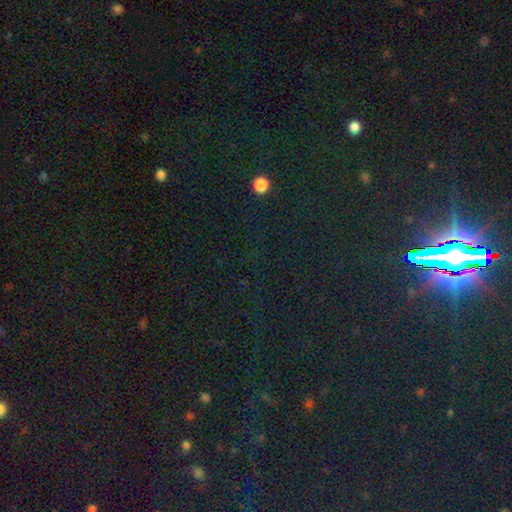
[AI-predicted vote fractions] Overall: star or artifact (81%).